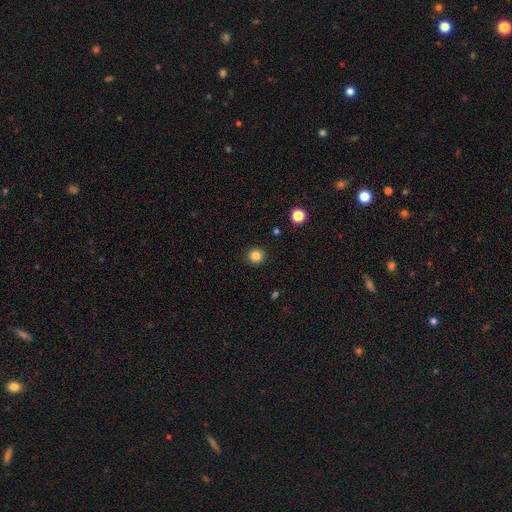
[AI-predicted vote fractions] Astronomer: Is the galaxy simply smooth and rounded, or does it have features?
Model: smooth — 84%.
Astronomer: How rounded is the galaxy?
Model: round — 93%.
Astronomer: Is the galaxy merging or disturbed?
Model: none — 92%.